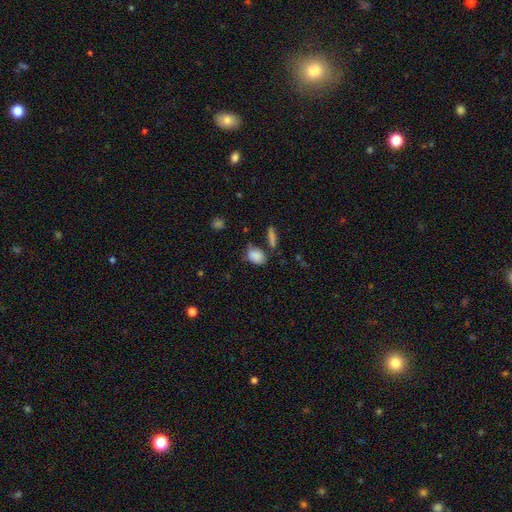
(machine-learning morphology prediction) smooth_or_featured: smooth (p=0.84) [alt: star or artifact p=0.09]
how_rounded: in between (p=0.79) [alt: round p=0.18]
merging: none (p=0.60) [alt: minor disturbance p=0.21]